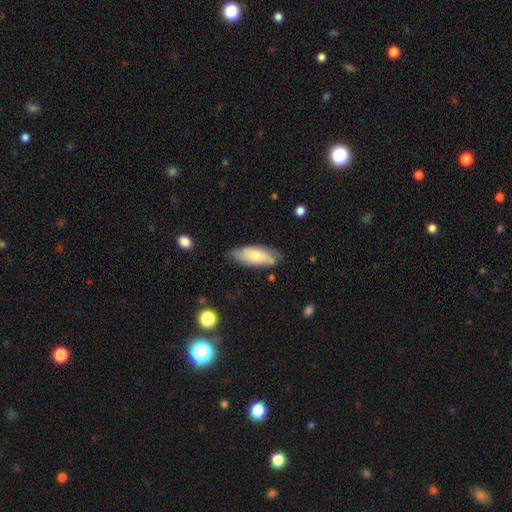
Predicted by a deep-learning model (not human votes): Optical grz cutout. It shows a smooth galaxy with no disk features (63%) that is in between round and cigar-shaped (78%). Merging: none (68%).